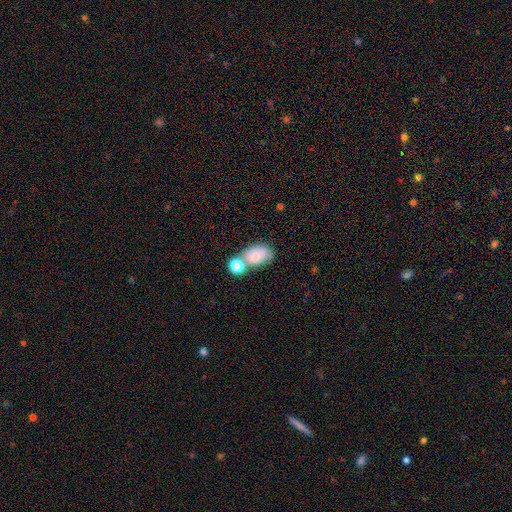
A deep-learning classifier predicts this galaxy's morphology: smooth_or_featured: smooth (p=0.75) [alt: featured or disk p=0.17]
how_rounded: in between (p=0.85) [alt: round p=0.14]
merging: merger (p=0.47) [alt: none p=0.31]